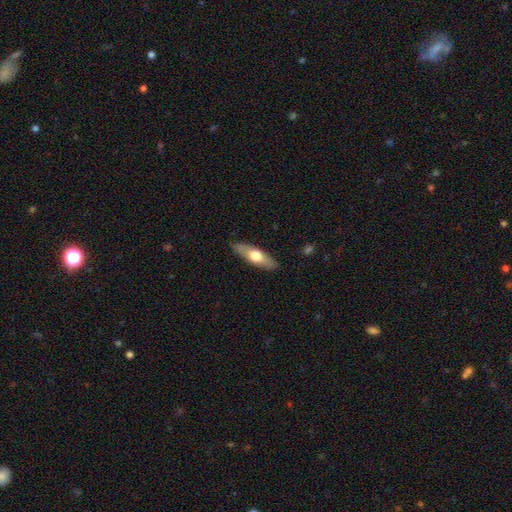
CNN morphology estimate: Smooth or featured: smooth — 55% (featured or disk — 40%)
How rounded: cigar-shaped — 50% (in between — 48%)
Merging: none — 86% (minor disturbance — 10%)